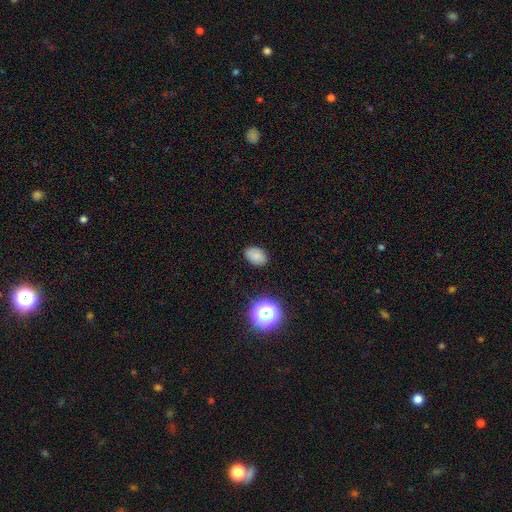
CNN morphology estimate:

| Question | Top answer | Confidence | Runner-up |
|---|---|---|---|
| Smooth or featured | smooth | 81% | star or artifact (13%) |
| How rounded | in between | 80% | round (19%) |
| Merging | none | 86% | minor disturbance (10%) |